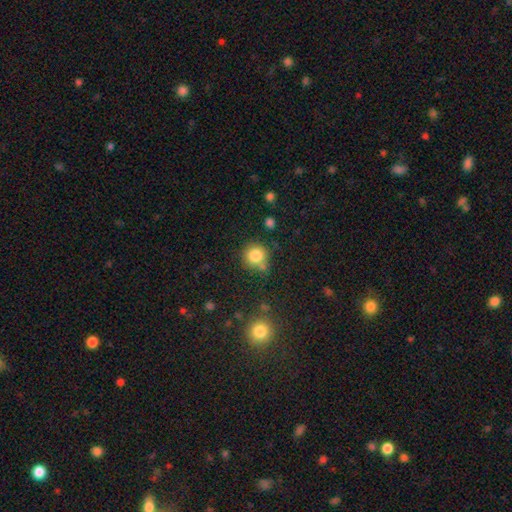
Q: Smooth or featured?
A: smooth (87%); runner-up: star or artifact (13%)
Q: How rounded?
A: round (91%); runner-up: in between (9%)
Q: Merging?
A: none (65%); runner-up: minor disturbance (15%)